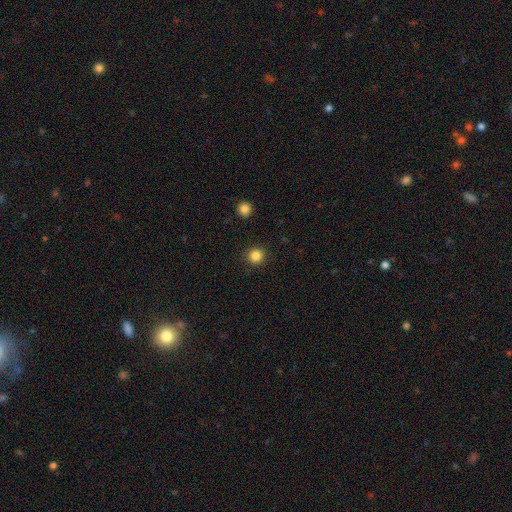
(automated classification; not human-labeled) Overall: smooth (84%). How rounded: round (94%). Merging: none (92%).